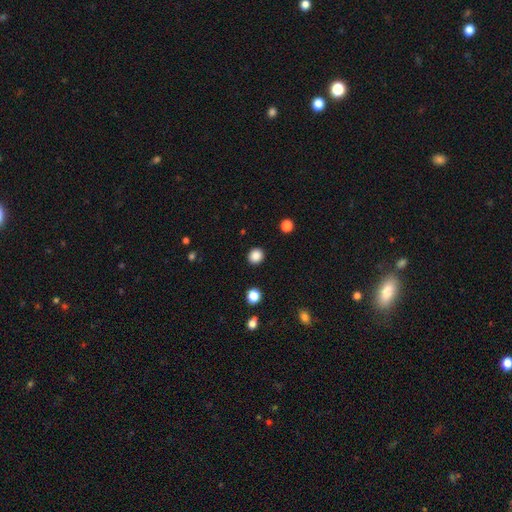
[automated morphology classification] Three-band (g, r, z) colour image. It shows a smooth galaxy with no disk features (86%) that is round (87%). Merging: none (92%).